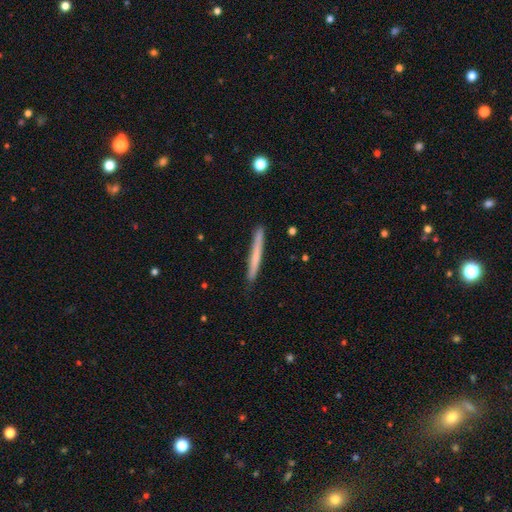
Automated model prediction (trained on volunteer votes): Overall: smooth (60%; featured or disk 34%). How rounded: cigar-shaped (97%). Merging: none (88%).